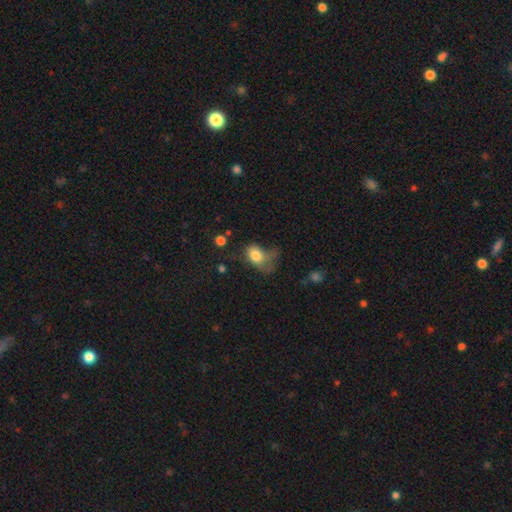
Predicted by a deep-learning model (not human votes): Overall: smooth (76%). How rounded: in between (71%). Merging: major disturbance (43%; minor disturbance 29%).